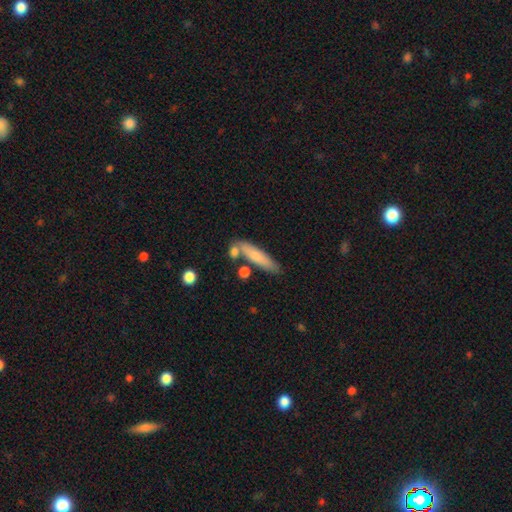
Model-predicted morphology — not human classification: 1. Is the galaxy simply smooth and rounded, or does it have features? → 72% smooth, 22% featured or disk, 6% star or artifact.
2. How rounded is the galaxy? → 78% cigar-shaped, 20% in between, 2% round.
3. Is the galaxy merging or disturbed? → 67% none, 15% minor disturbance, 13% merger, 4% major disturbance.